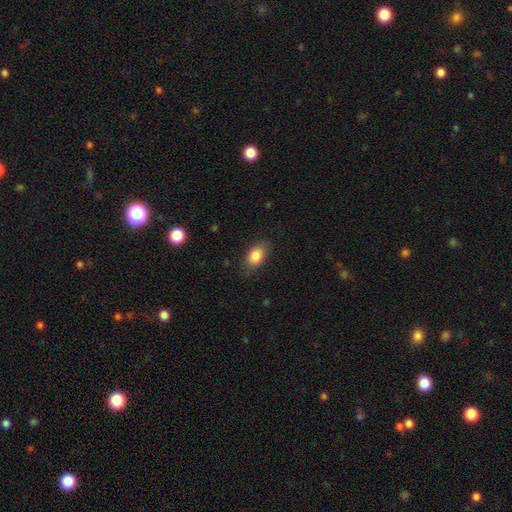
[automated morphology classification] A smooth galaxy with no disk features (85%) that is in between round and cigar-shaped (88%).

Vote fractions:
- Smooth or featured? smooth: 85% / featured or disk: 8% / star or artifact: 7%
- How rounded? in between: 88% / round: 9% / cigar-shaped: 2%
- Merging? none: 80% / minor disturbance: 15% / major disturbance: 4% / merger: 1%